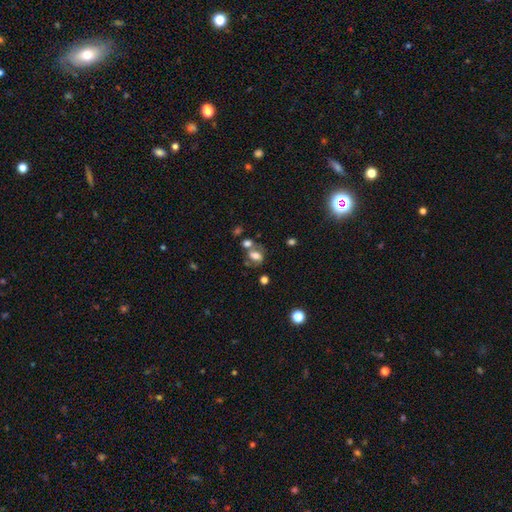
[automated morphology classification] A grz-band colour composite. It shows a smooth galaxy with no disk features (62%) that is in between round and cigar-shaped (76%). Merging: none (41%).